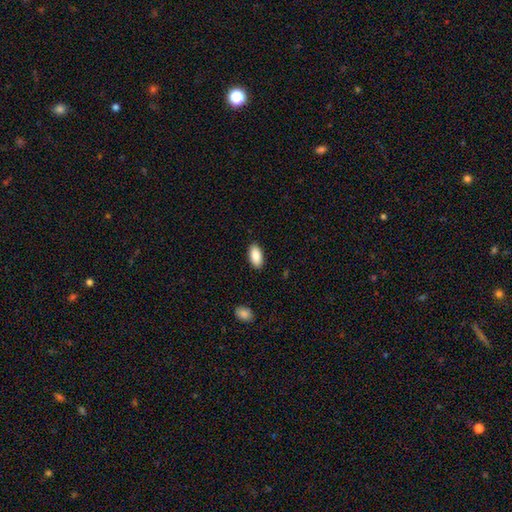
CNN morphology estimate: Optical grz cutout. It shows a smooth galaxy with no disk features (88%) that is in between round and cigar-shaped (93%). Merging: none (89%).